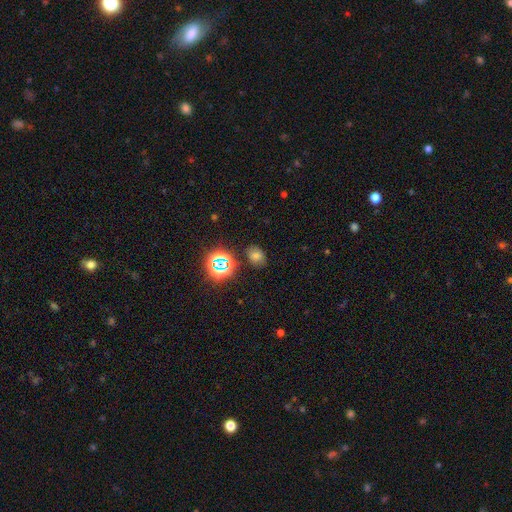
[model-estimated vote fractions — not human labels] Overall: smooth (56%; star or artifact 34%). How rounded: in between (52%; round 47%). Merging: none (82%).